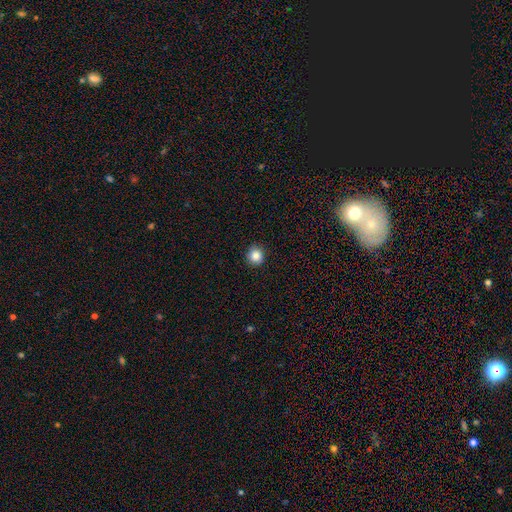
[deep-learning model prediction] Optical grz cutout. It shows a smooth galaxy with no disk features (85%) that is round (92%). Merging: none (92%).